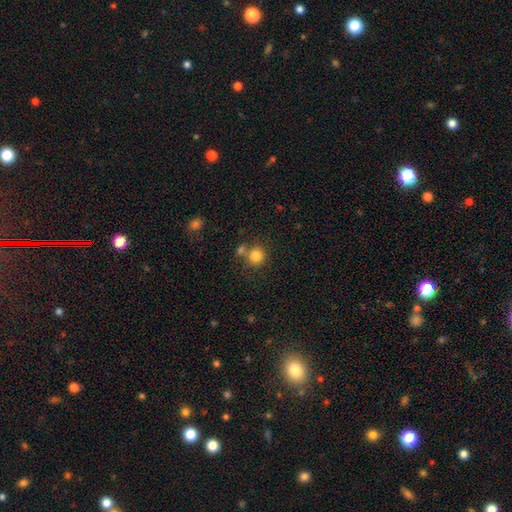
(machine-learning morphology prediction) smooth_or_featured: smooth (p=0.83) [alt: star or artifact p=0.11]
how_rounded: round (p=0.90) [alt: in between p=0.09]
merging: none (p=0.66) [alt: merger p=0.21]